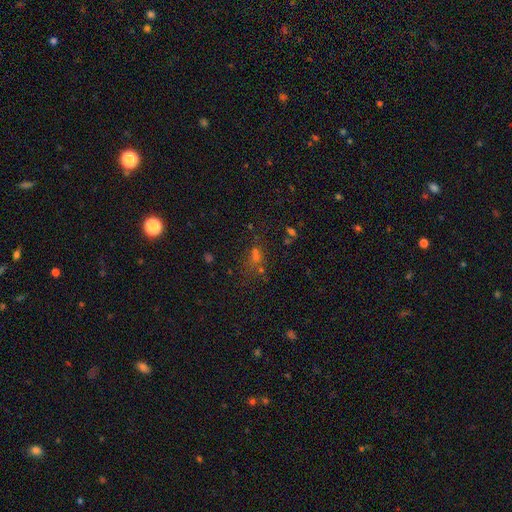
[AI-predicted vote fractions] smooth-or-featured: star or artifact: 47% | smooth: 38% | featured or disk: 15%